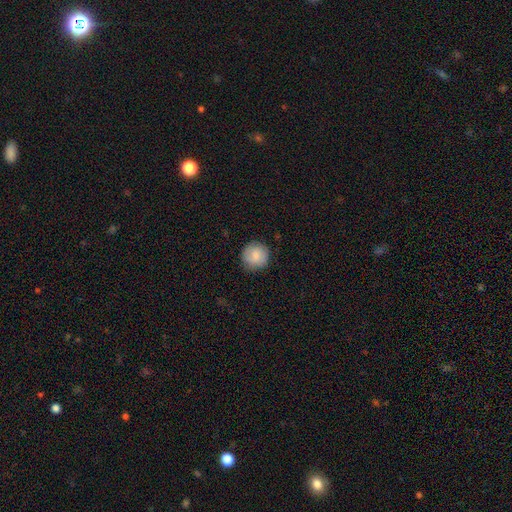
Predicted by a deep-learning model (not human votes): A smooth galaxy with no disk features (82%) that is round (94%).

Vote fractions:
- Smooth or featured? smooth: 82% / featured or disk: 11% / star or artifact: 7%
- How rounded? round: 94% / in between: 5% / cigar-shaped: 1%
- Merging? none: 86% / minor disturbance: 10% / major disturbance: 2% / merger: 1%